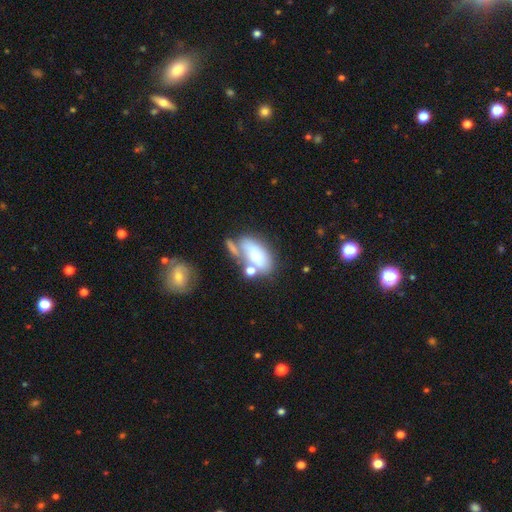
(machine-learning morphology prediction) Smooth or featured?
  - smooth: 64% *
  - featured or disk: 26%
  - star or artifact: 9%
How rounded?
  - in between: 87% *
  - cigar-shaped: 7%
  - round: 6%
Merging?
  - none: 32% * (tied)
  - merger: 32% * (tied)
  - minor disturbance: 20%
  - major disturbance: 16%